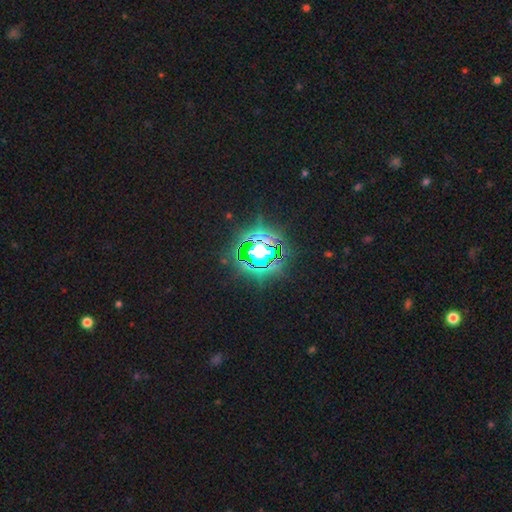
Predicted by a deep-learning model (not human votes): This is likely a star or artifact rather than a galaxy (77%).